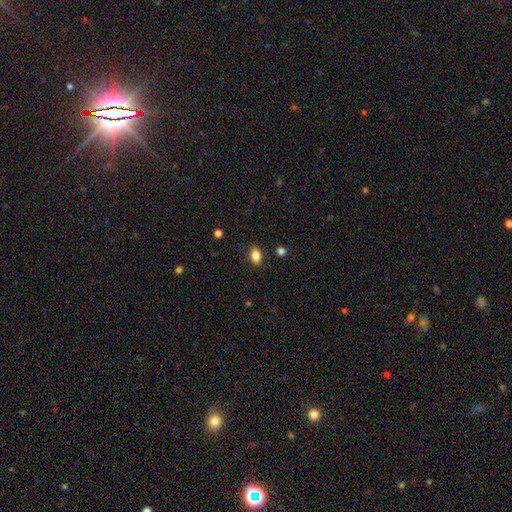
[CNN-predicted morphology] A smooth galaxy with no disk features (85%) that is in between round and cigar-shaped (87%). Merging: none (87%).